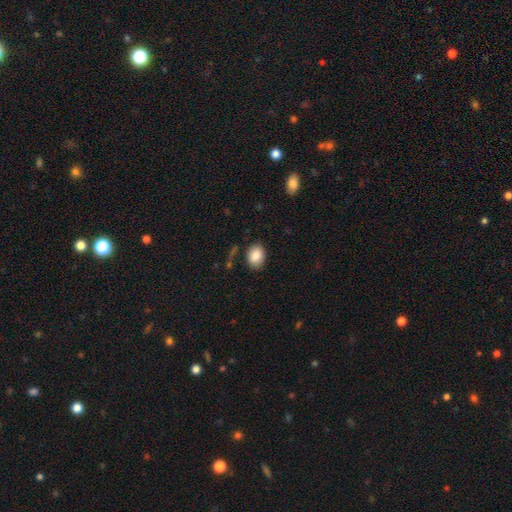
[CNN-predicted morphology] Overall: smooth (85%). How rounded: in between (63%; round 36%). Merging: none (83%).